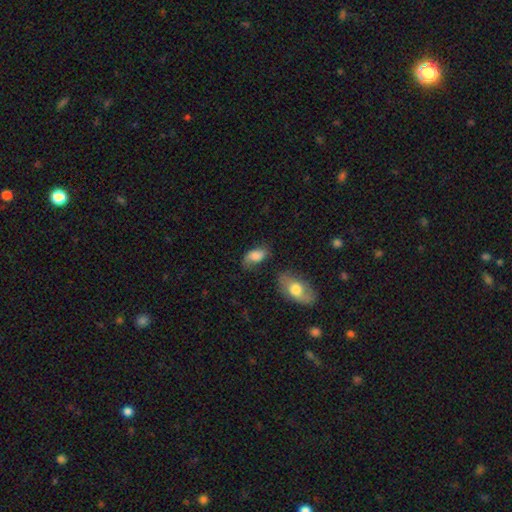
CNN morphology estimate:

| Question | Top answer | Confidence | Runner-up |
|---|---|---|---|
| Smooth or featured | smooth | 73% | featured or disk (18%) |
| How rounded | in between | 91% | round (6%) |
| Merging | none | 55% | minor disturbance (29%) |